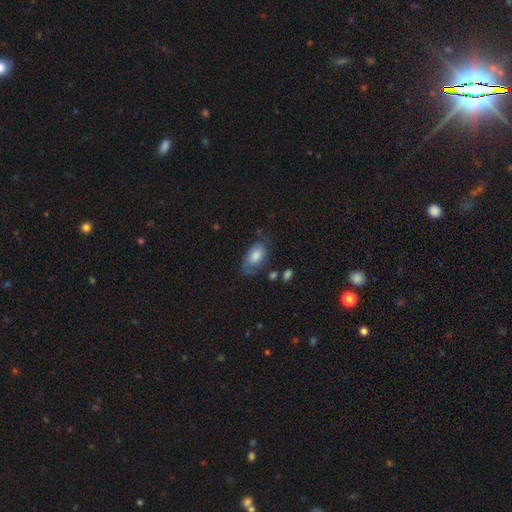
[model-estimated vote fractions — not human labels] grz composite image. It shows a smooth galaxy with no disk features (65%) that is in between round and cigar-shaped (90%). Merging: none (54%).